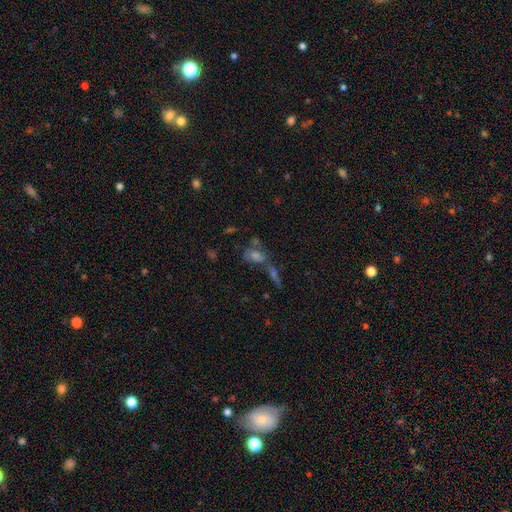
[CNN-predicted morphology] Smooth or featured: smooth — 46% (star or artifact — 27%)
Merging: merger — 39% (tied with none — 39%)